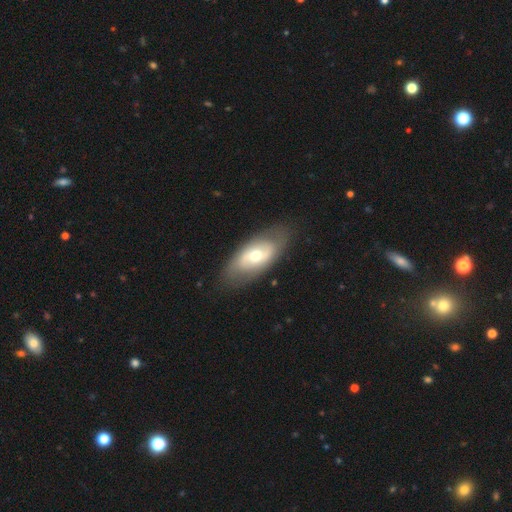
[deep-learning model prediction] The model was most divided on "smooth or featured": featured or disk: 55%, smooth: 40%, star or artifact: 6%. More confident: edge-on disk — no (88%); merging — none (80%).